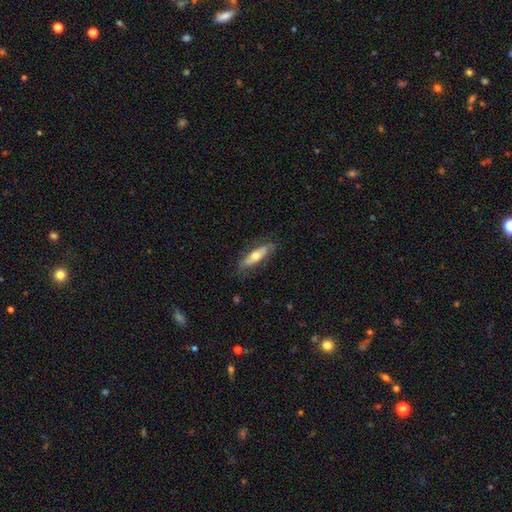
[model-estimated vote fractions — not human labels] A smooth galaxy with no disk features (54%) that is cigar-shaped (54%).

Vote fractions:
- Smooth or featured? smooth: 54% / featured or disk: 40% / star or artifact: 6%
- How rounded? cigar-shaped: 54% / in between: 44% / round: 2%
- Merging? none: 80% / minor disturbance: 15% / major disturbance: 4% / merger: 1%